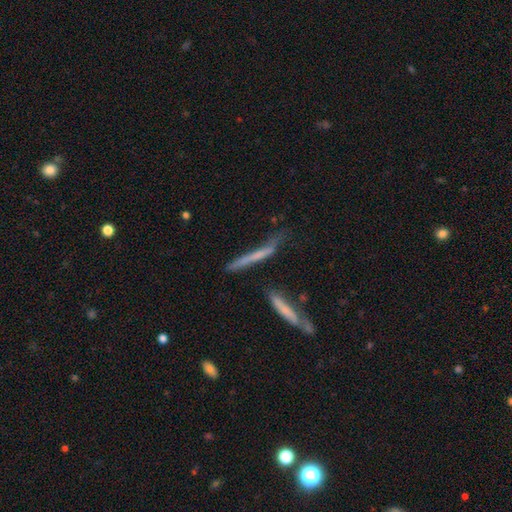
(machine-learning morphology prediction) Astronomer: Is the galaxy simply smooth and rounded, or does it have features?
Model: smooth — 45%, tied with featured or disk at 45%.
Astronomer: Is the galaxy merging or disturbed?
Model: none — 50%.